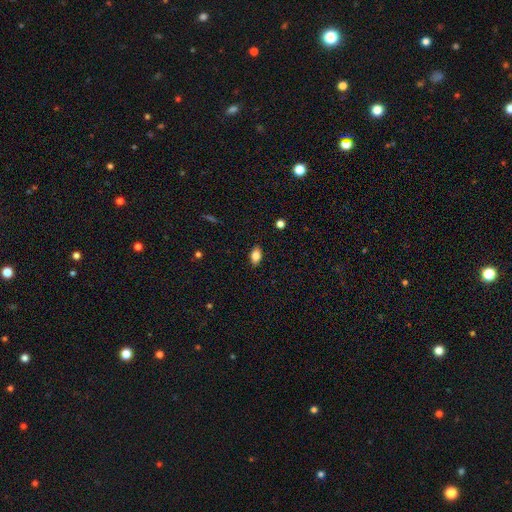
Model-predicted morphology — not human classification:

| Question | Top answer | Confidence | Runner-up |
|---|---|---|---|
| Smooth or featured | smooth | 80% | featured or disk (12%) |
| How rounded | in between | 88% | round (7%) |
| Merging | none | 88% | minor disturbance (9%) |